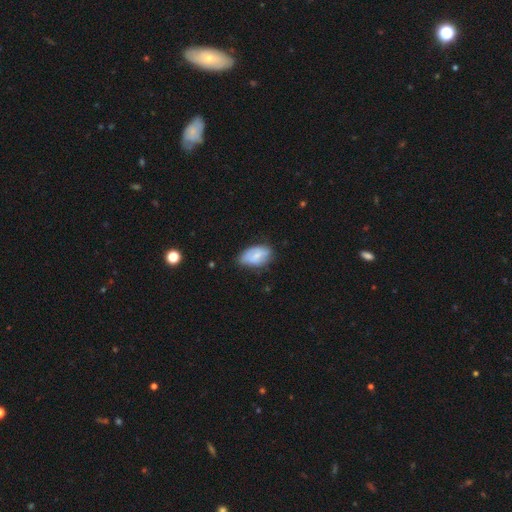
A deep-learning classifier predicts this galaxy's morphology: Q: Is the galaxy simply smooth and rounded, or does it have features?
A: smooth — 64%.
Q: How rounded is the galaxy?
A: in between — 92%.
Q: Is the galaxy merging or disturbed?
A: none — 62%.